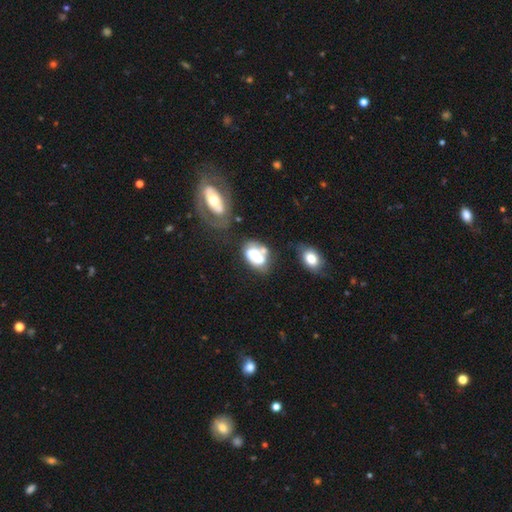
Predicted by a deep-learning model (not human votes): Smooth or featured: smooth — 49% (featured or disk — 41%)
Merging: merger — 33% (none — 28%)